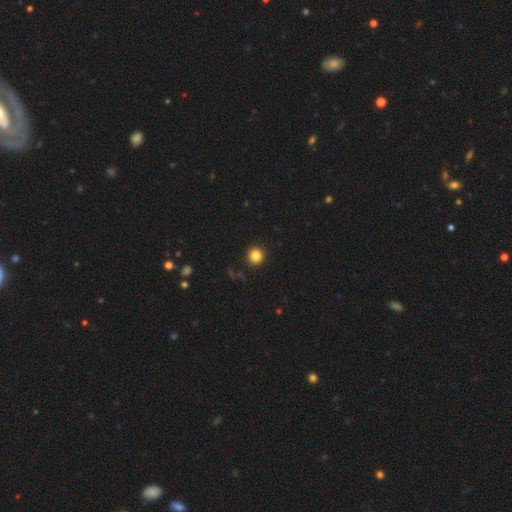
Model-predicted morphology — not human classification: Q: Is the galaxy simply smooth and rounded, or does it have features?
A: smooth — 85%.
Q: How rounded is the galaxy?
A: round — 94%.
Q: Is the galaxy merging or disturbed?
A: none — 91%.